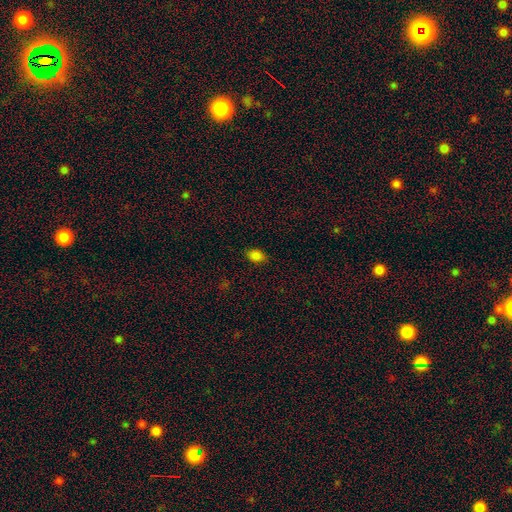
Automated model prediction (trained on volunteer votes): smooth 83%, star or artifact 13%, featured or disk 4%. Down the decision tree: how rounded — in between (79%); merging — none (83%).